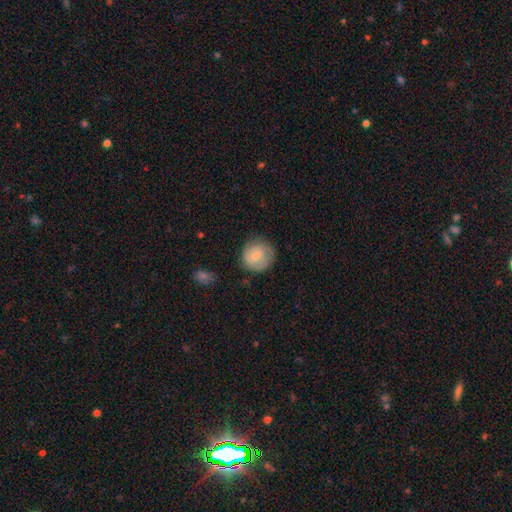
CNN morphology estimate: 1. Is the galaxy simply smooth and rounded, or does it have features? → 73% smooth, 21% featured or disk, 7% star or artifact.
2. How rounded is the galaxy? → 87% round, 12% in between, 1% cigar-shaped.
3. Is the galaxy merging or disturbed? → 72% none, 20% minor disturbance, 6% major disturbance, 2% merger.